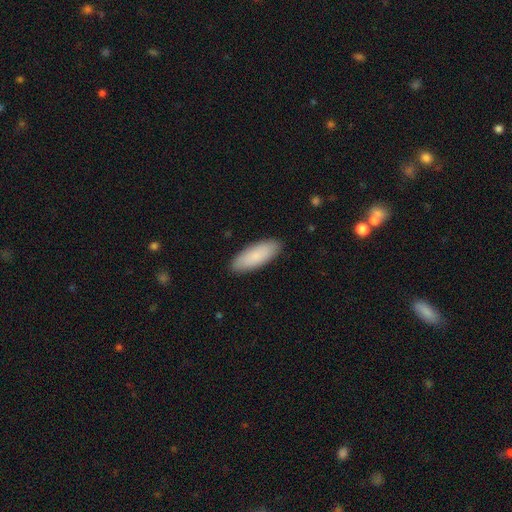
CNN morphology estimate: type=smooth (86%); roundness=in between (74%); merging=none (89%).